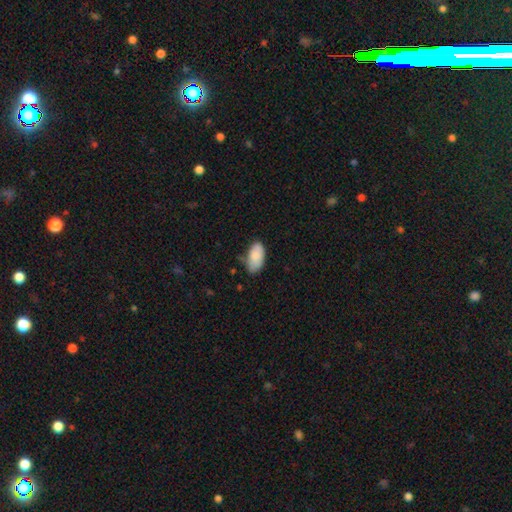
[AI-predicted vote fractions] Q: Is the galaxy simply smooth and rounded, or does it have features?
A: smooth — 84%.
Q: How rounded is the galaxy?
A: in between — 95%.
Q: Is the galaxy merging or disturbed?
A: none — 58%.